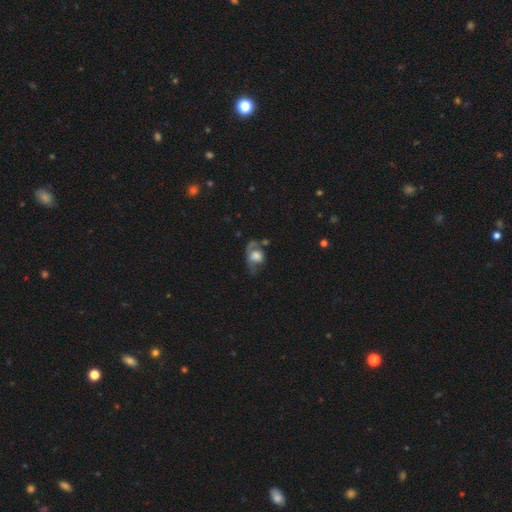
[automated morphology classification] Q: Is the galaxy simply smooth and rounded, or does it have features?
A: smooth — 51%.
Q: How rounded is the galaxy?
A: in between — 57%.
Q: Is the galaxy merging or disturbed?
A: major disturbance — 39%.